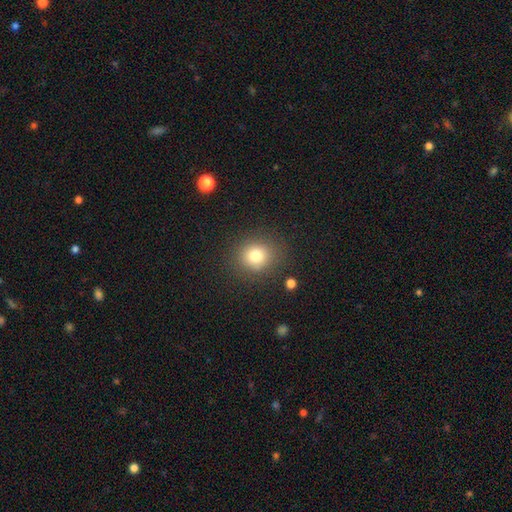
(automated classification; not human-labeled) Overall: smooth (79%). How rounded: round (80%). Merging: none (84%).